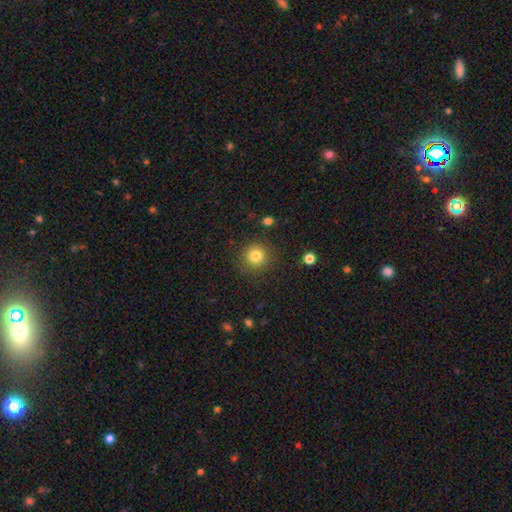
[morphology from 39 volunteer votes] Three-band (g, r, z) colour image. It shows a smooth galaxy with no disk features (90%) that is round (94%). Merging: none (92%).